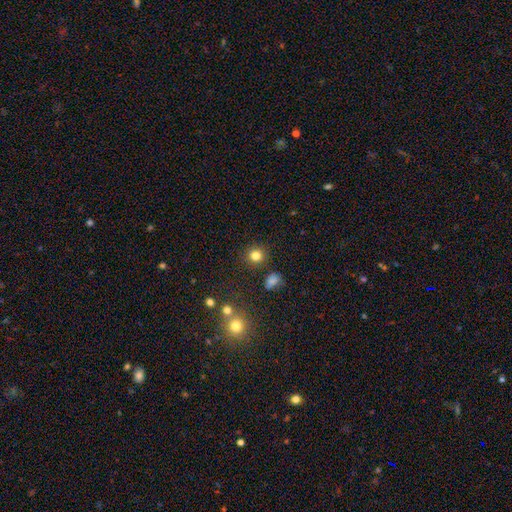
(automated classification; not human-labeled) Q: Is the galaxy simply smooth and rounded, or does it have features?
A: smooth — 81%.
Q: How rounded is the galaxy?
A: round — 88%.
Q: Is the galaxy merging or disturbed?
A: none — 87%.